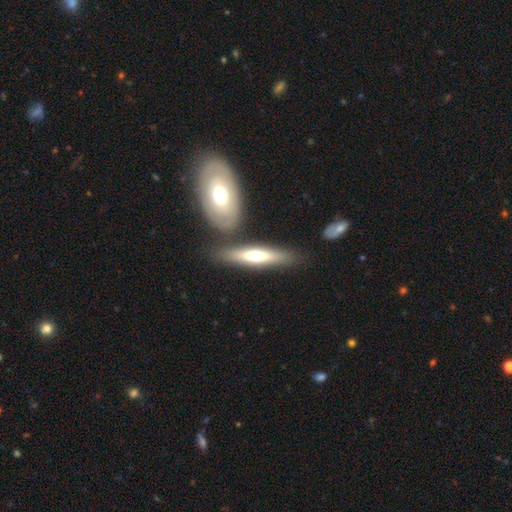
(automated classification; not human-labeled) Overall: smooth (51%; featured or disk 43%). How rounded: cigar-shaped (77%). Merging: none (76%).